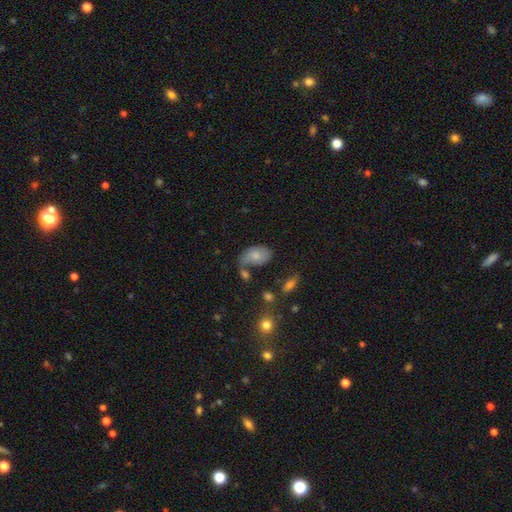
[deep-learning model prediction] This appears to be a smooth galaxy with no disk features (71%) that is in between round and cigar-shaped (89%). Merging: none (39%).